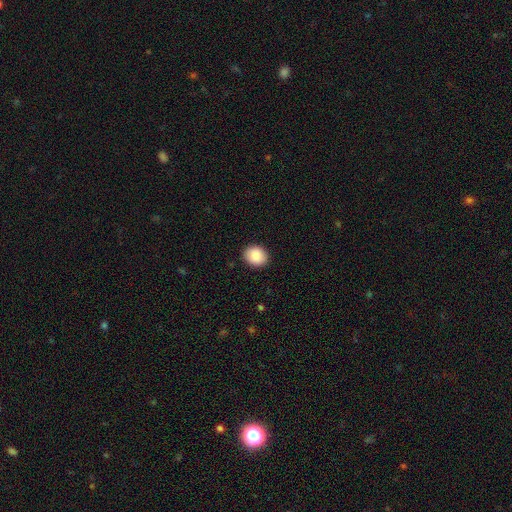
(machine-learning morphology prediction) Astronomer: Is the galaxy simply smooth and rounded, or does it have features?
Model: smooth — 88%.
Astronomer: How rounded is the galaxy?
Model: round — 60% (runner-up: in between, 40%).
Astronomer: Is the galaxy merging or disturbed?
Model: none — 90%.